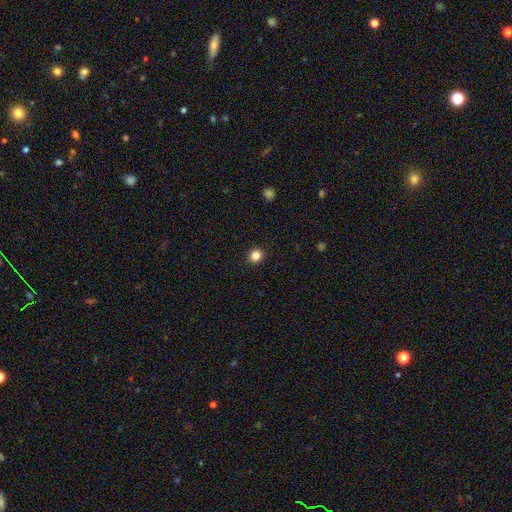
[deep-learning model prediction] This appears to be a smooth galaxy with no disk features (83%) that is round (92%). Merging: none (93%).